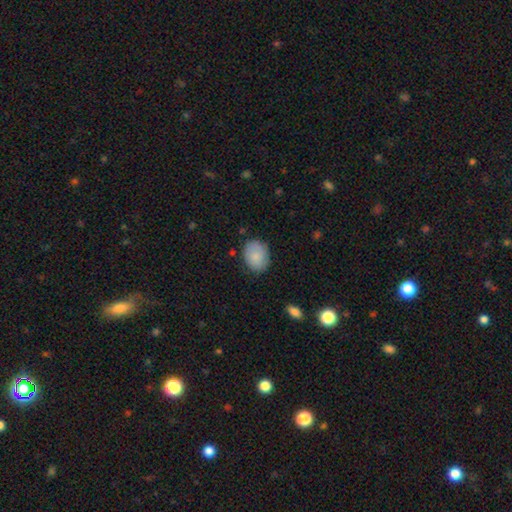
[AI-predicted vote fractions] This is clearly a smooth galaxy (86%). How rounded: likely in between (63%). Merging: likely none (80%).